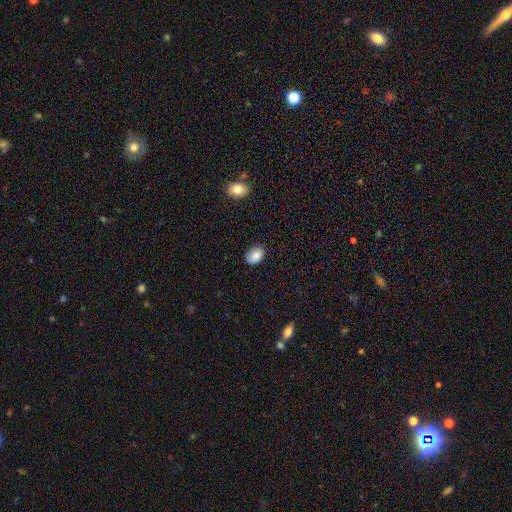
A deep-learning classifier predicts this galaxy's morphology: This appears to be a smooth galaxy with no disk features (83%) that is in between round and cigar-shaped (84%). Merging: none (79%).